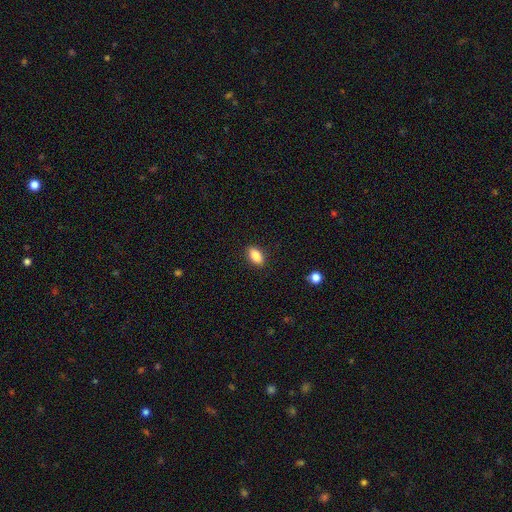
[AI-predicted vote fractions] A smooth galaxy with no disk features (86%) that is in between round and cigar-shaped (90%).

Vote fractions:
- Smooth or featured? smooth: 86% / star or artifact: 8% / featured or disk: 6%
- How rounded? in between: 90% / round: 6% / cigar-shaped: 4%
- Merging? none: 89% / minor disturbance: 8% / major disturbance: 2% / merger: 1%